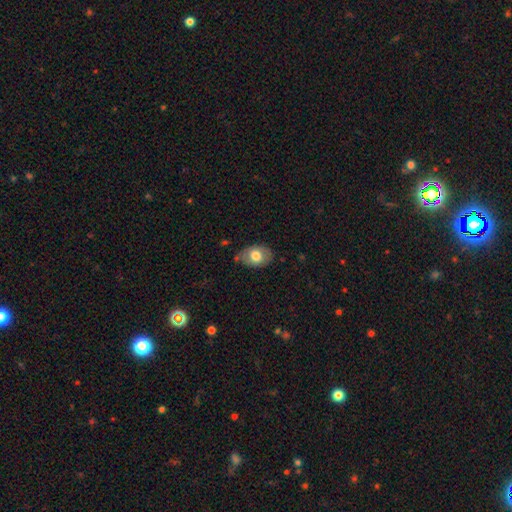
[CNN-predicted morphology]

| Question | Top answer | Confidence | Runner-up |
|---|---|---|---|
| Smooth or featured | smooth | 71% | featured or disk (22%) |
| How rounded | in between | 83% | round (16%) |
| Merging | none | 74% | minor disturbance (19%) |